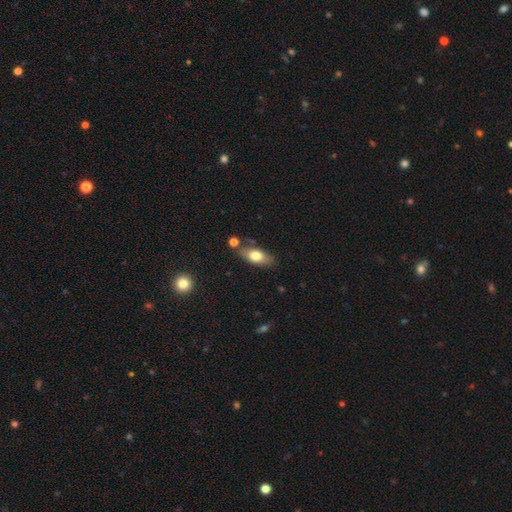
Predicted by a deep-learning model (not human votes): This appears to be a smooth galaxy with no disk features (71%) that is in between round and cigar-shaped (83%). Merging: none (72%).